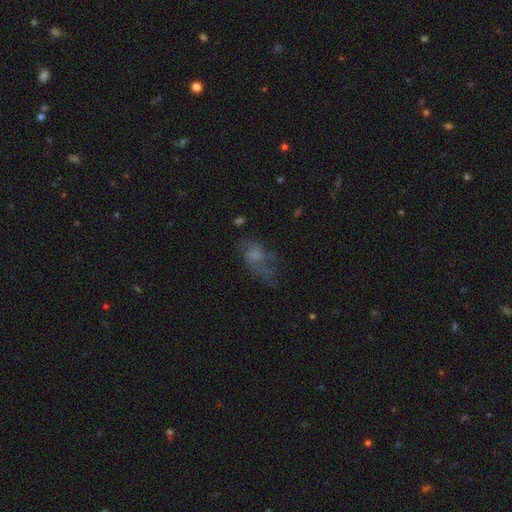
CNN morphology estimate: A smooth galaxy with no disk features (44%). Merging: none (38%).